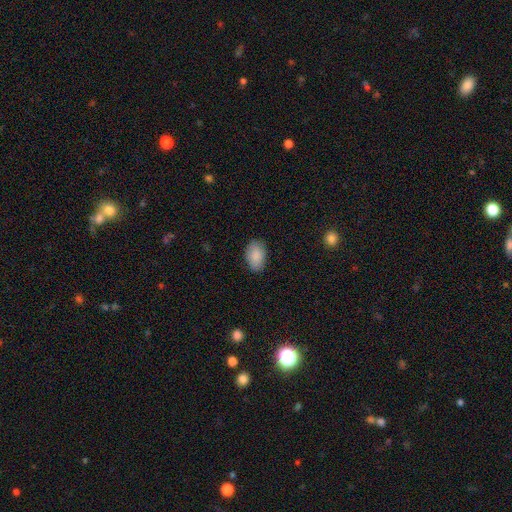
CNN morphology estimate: This appears to be a smooth galaxy with no disk features (89%) that is in between round and cigar-shaped (91%). Merging: none (85%).